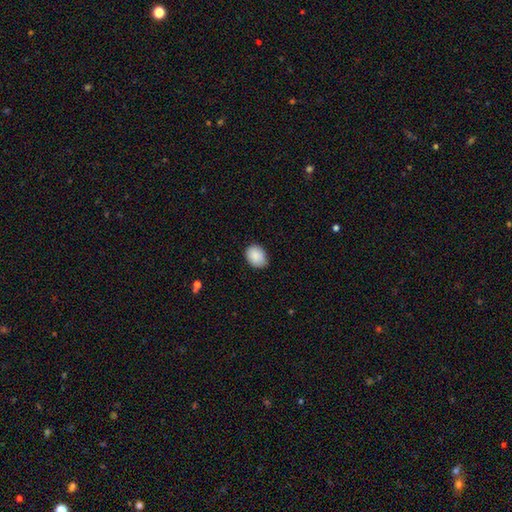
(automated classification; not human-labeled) smooth_or_featured: smooth (p=0.89) [alt: star or artifact p=0.07]
how_rounded: in between (p=0.68) [alt: round p=0.31]
merging: none (p=0.81) [alt: minor disturbance p=0.16]